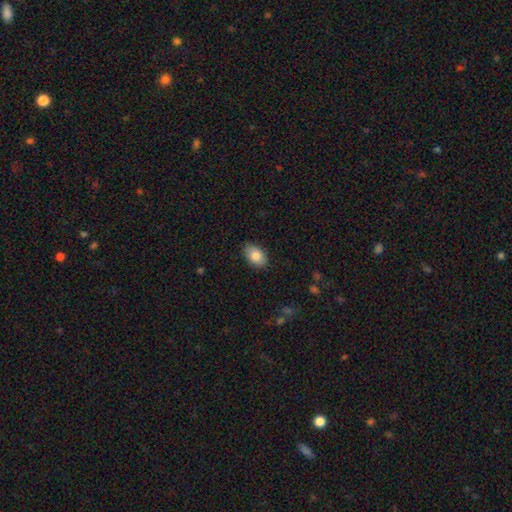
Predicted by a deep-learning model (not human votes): Smooth or featured? smooth (83%)
How rounded? in between (90%)
Merging? none (85%)